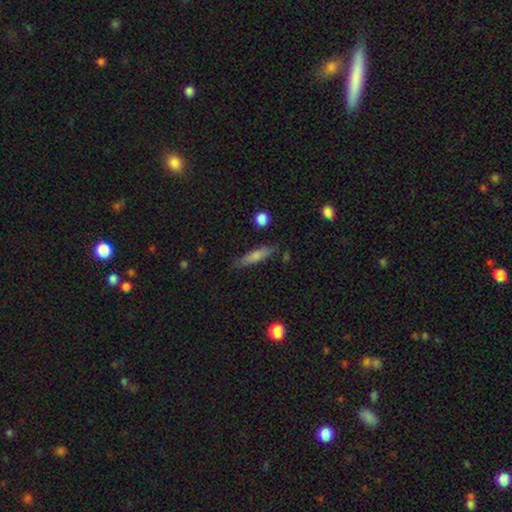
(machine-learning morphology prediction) This is likely a smooth galaxy (66%). How rounded: clearly cigar-shaped (82%). Merging: clearly none (81%).